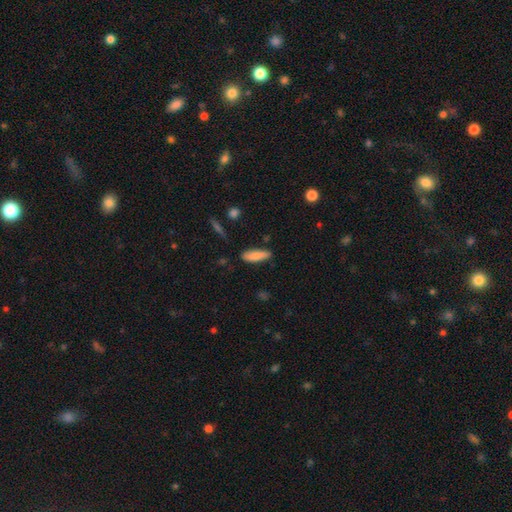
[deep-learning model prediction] This appears to be a smooth galaxy with no disk features (84%) that is cigar-shaped (50%). Merging: none (82%).